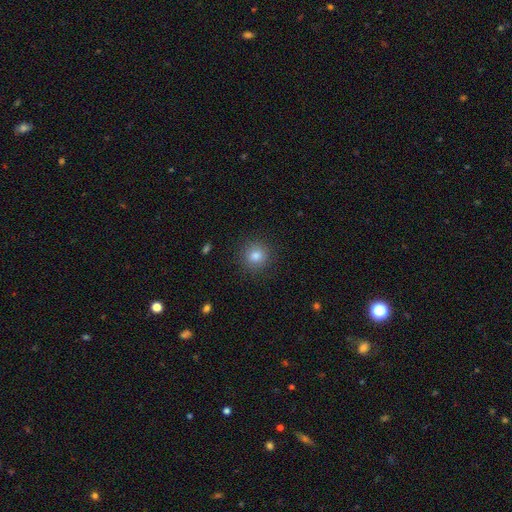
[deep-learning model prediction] Morphology: type=smooth (82%); roundness=round (92%); merging=none (90%).